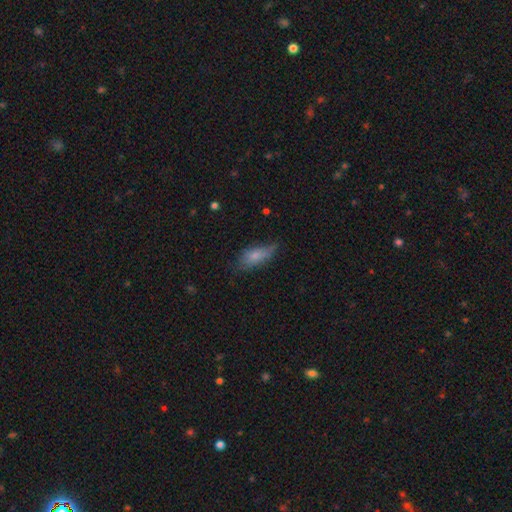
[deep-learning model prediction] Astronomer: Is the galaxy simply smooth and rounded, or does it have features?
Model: smooth — 76%.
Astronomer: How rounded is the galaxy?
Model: in between — 80%.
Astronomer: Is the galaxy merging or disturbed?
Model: none — 49% (runner-up: minor disturbance, 37%).